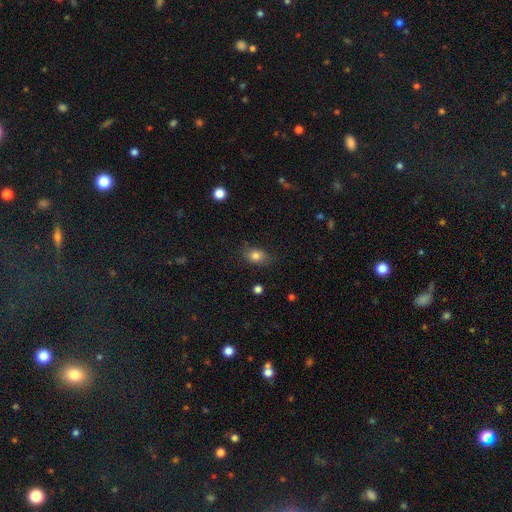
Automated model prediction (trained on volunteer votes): Smooth or featured? Predicted: smooth (p=0.81). How rounded? Predicted: in between (p=0.75). Merging? Predicted: none (p=0.80).